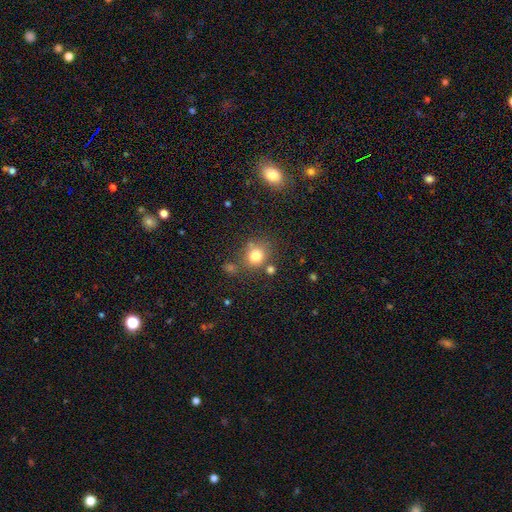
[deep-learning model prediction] Overall: smooth (78%). How rounded: round (79%). Merging: none (69%).